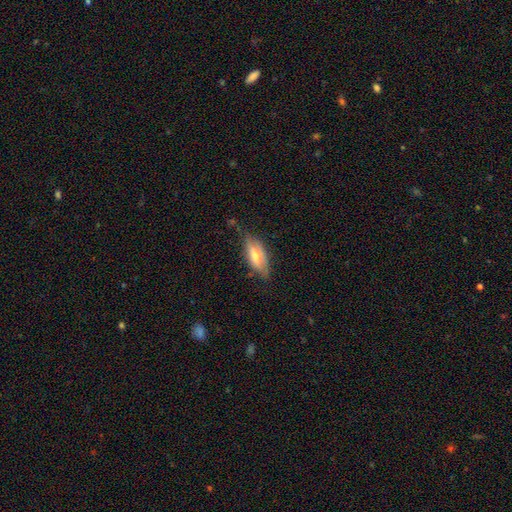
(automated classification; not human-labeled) A smooth galaxy with no disk features (49%).

Vote fractions:
- Smooth or featured? smooth: 49% / featured or disk: 43% / star or artifact: 8%
- Merging? none: 66% / minor disturbance: 26% / major disturbance: 6% / merger: 2%